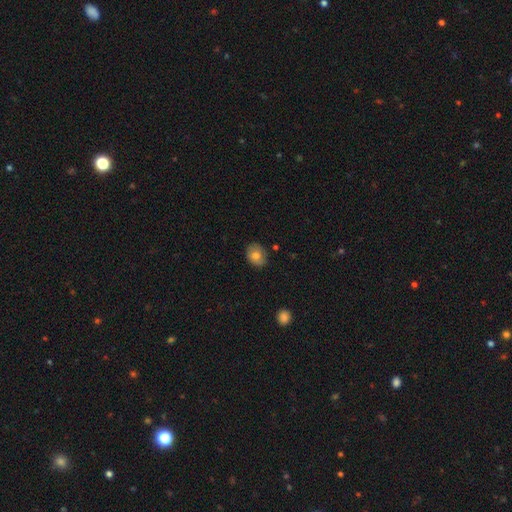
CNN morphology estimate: This is likely a smooth galaxy (73%). How rounded: possibly in between (53%). Merging: clearly none (80%).